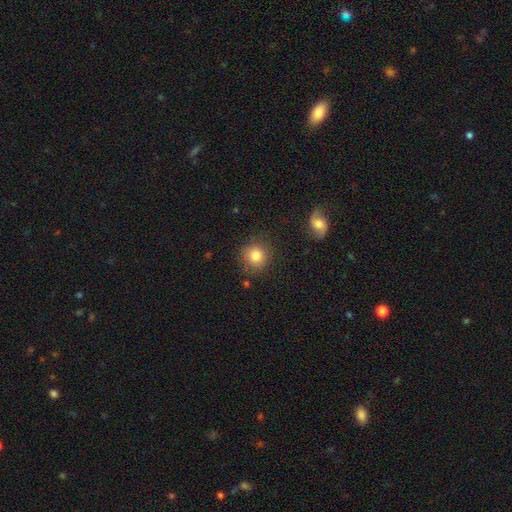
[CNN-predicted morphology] smooth 82%, star or artifact 10%, featured or disk 7%. Down the decision tree: how rounded — round (90%); merging — none (82%).